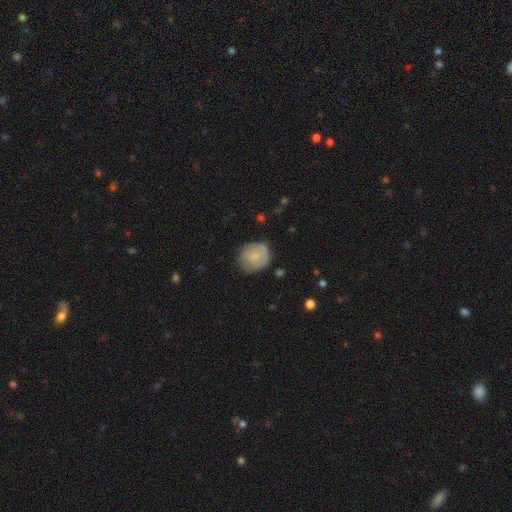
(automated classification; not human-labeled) Smooth or featured?
  - smooth: 64% *
  - featured or disk: 29%
  - star or artifact: 7%
How rounded?
  - round: 70% *
  - in between: 29%
  - cigar-shaped: 1%
Merging?
  - none: 67% *
  - minor disturbance: 25%
  - major disturbance: 7%
  - merger: 2%